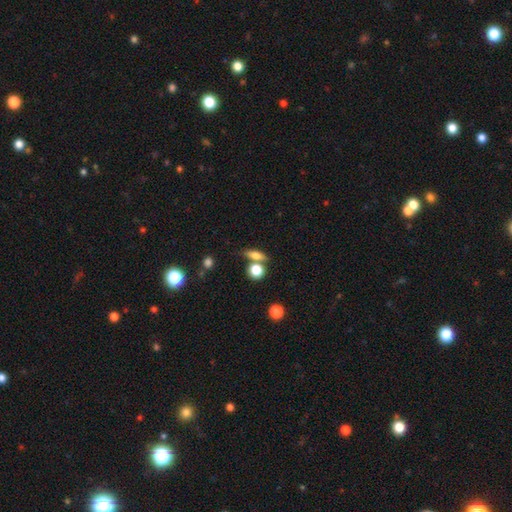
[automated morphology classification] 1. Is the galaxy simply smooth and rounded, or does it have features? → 65% smooth, 24% featured or disk, 11% star or artifact.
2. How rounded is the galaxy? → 40% in between, 32% round, 28% cigar-shaped.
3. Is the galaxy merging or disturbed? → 63% none, 22% merger, 11% minor disturbance, 4% major disturbance.